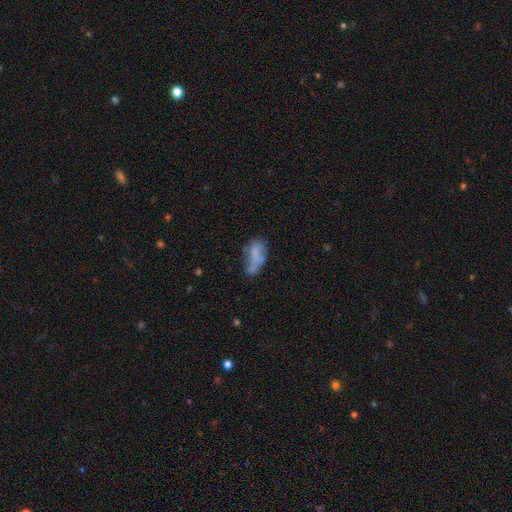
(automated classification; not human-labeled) smooth-or-featured: smooth: 60% | featured or disk: 30% | star or artifact: 11%
  how-rounded: in between: 84% | cigar-shaped: 11% | round: 5%
  merging: none: 33% | minor disturbance: 26% | major disturbance: 22% | merger: 18%